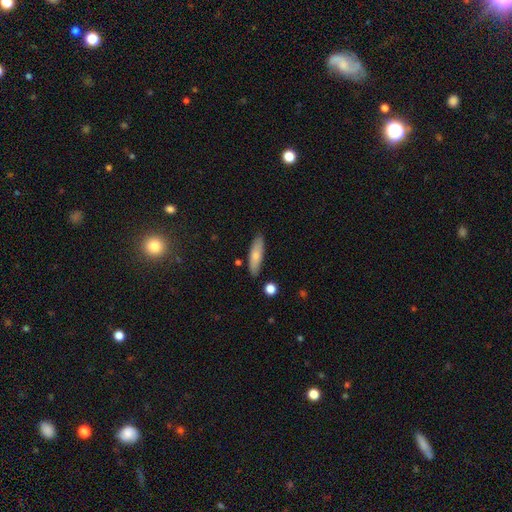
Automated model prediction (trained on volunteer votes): Morphology: type=smooth (75%); roundness=cigar-shaped (55%); merging=none (83%).